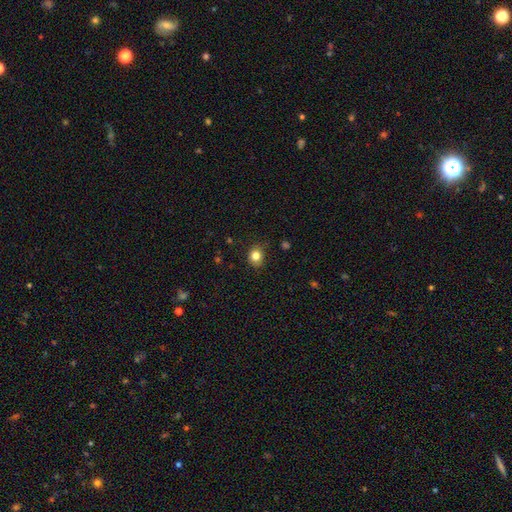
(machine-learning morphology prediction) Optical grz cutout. It shows a smooth galaxy with no disk features (82%) that is round (75%). Merging: none (79%).